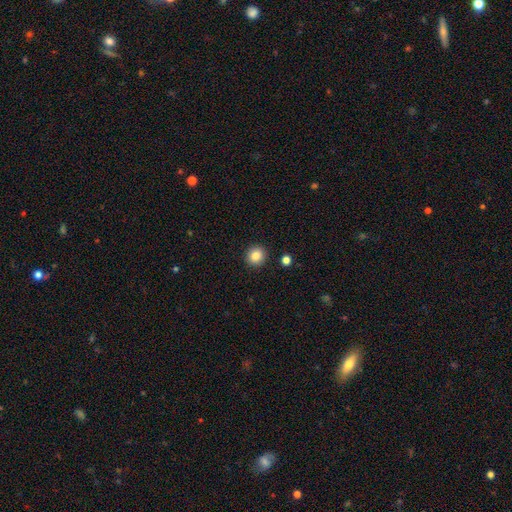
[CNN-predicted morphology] Smooth or featured: smooth — 85% (star or artifact — 10%)
How rounded: round — 94% (in between — 5%)
Merging: none — 92% (minor disturbance — 5%)